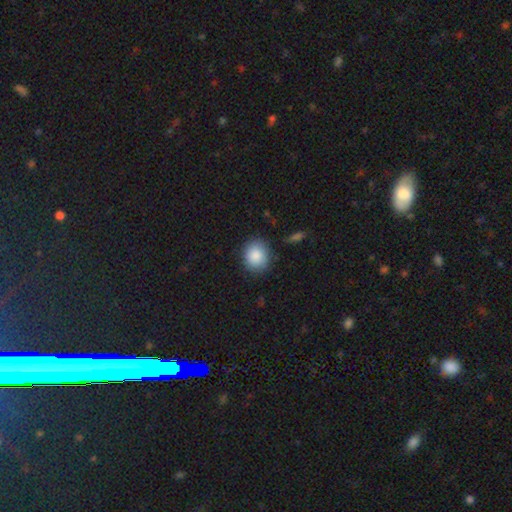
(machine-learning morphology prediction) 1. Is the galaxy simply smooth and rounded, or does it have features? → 87% smooth, 7% star or artifact, 5% featured or disk.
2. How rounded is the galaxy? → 74% round, 25% in between, 1% cigar-shaped.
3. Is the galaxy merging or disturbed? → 86% none, 10% minor disturbance, 3% major disturbance, 2% merger.